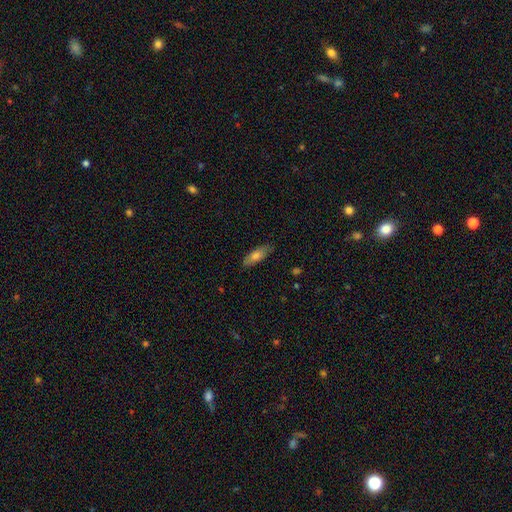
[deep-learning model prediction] Smooth or featured?
  - smooth: 71% *
  - featured or disk: 22%
  - star or artifact: 7%
How rounded?
  - in between: 63% *
  - cigar-shaped: 35%
  - round: 2%
Merging?
  - none: 82% *
  - minor disturbance: 14%
  - major disturbance: 2%
  - merger: 1%